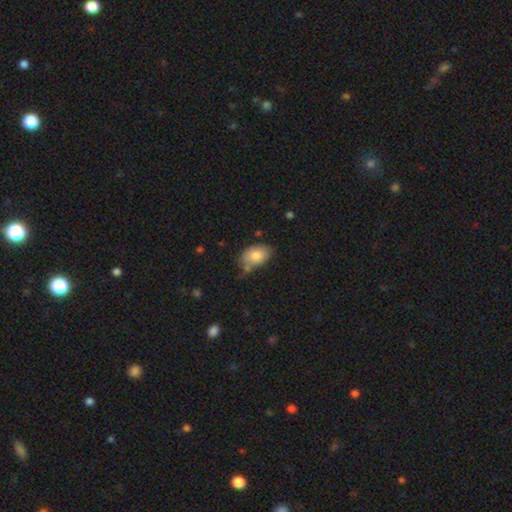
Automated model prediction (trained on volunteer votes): Smooth or featured: smooth — 82% (featured or disk — 11%)
How rounded: in between — 87% (round — 12%)
Merging: none — 56% (minor disturbance — 28%)